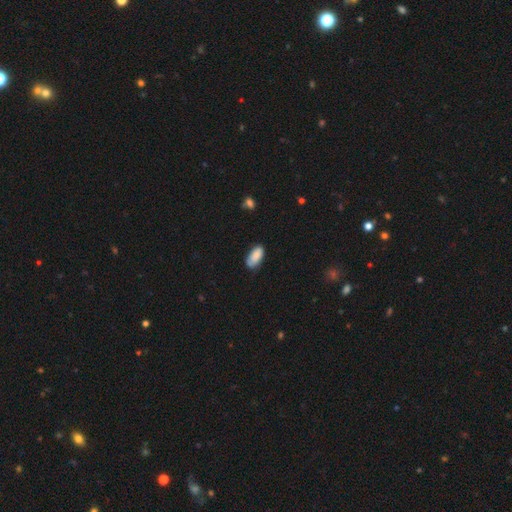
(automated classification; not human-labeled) The model was most divided on "merging": none: 65%, minor disturbance: 27%, major disturbance: 5%, merger: 3%. More confident: how rounded — in between (92%); smooth or featured — smooth (83%).